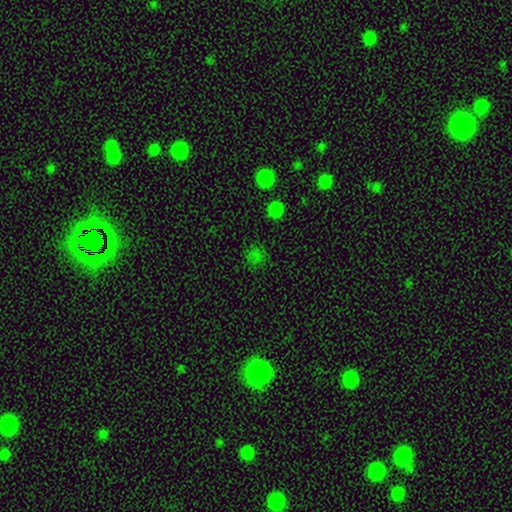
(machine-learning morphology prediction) Smooth or featured: smooth — 54% (star or artifact — 39%)
How rounded: round — 86% (in between — 12%)
Merging: none — 81% (minor disturbance — 11%)